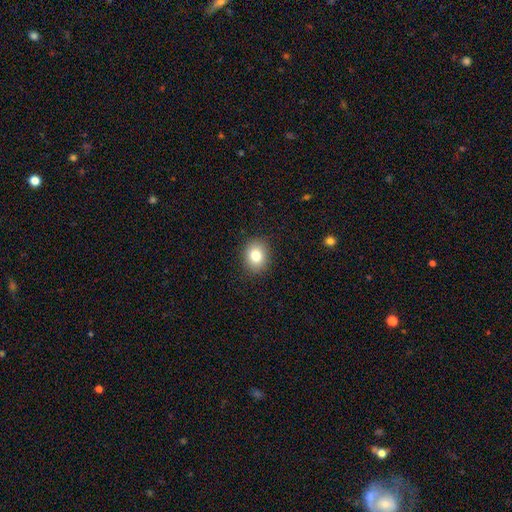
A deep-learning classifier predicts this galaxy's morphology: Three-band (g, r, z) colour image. It shows a smooth galaxy with no disk features (81%) that is round (60%). Merging: none (89%).